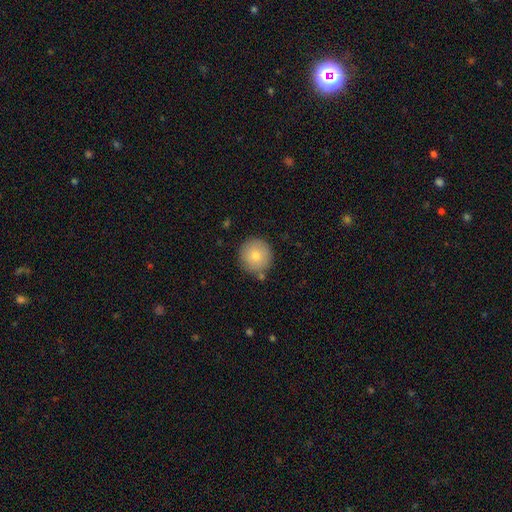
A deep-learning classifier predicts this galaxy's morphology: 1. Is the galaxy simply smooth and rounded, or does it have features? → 81% smooth, 12% featured or disk, 7% star or artifact.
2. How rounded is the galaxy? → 94% round, 5% in between, 1% cigar-shaped.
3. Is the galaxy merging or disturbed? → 81% none, 12% minor disturbance, 5% merger, 3% major disturbance.